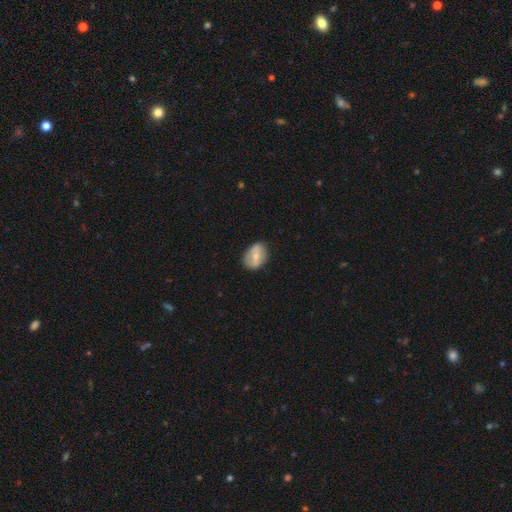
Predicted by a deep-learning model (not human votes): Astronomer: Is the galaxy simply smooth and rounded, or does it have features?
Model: smooth — 49% (runner-up: featured or disk, 44%).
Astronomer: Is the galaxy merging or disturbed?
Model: none — 76%.